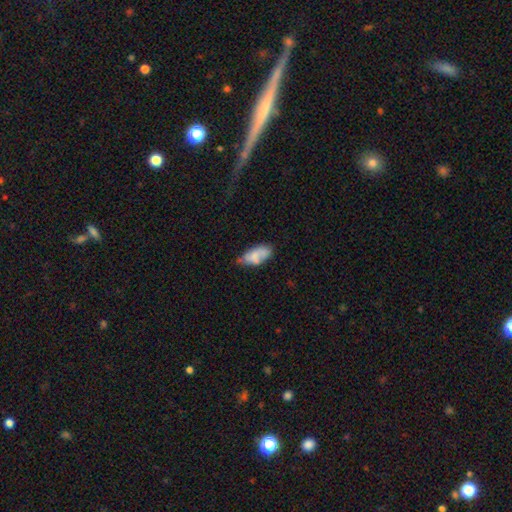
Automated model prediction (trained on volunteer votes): The model was most divided on "merging": none: 50%, minor disturbance: 35%, major disturbance: 10%, merger: 6%. More confident: how rounded — in between (91%); smooth or featured — smooth (69%).